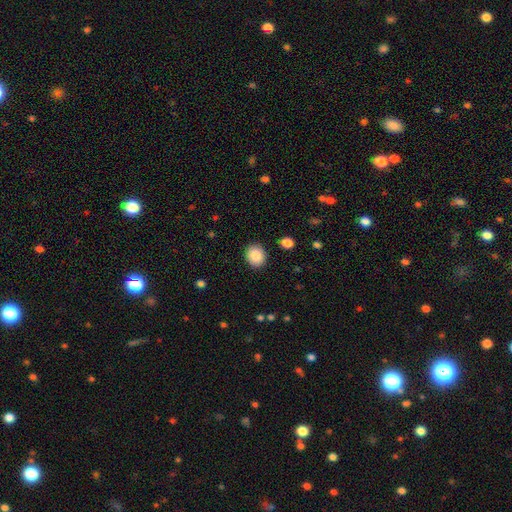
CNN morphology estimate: A smooth galaxy with no disk features (88%) that is round (74%). Merging: none (90%).